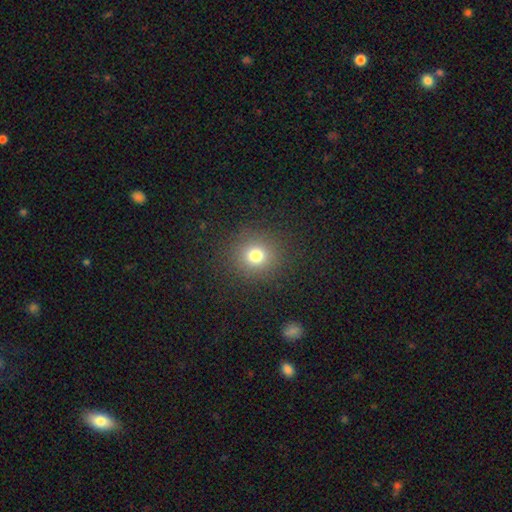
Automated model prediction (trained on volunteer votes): Smooth or featured: smooth — 76% (star or artifact — 17%)
How rounded: round — 89% (in between — 10%)
Merging: none — 89% (minor disturbance — 7%)